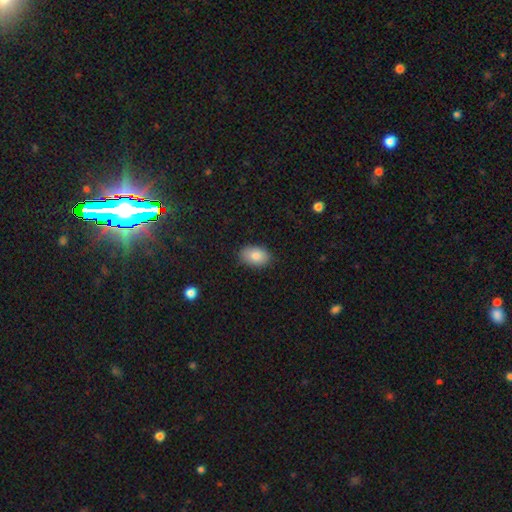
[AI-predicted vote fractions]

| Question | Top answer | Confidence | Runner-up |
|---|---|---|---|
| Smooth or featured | smooth | 83% | featured or disk (9%) |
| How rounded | in between | 87% | round (12%) |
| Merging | none | 86% | minor disturbance (10%) |